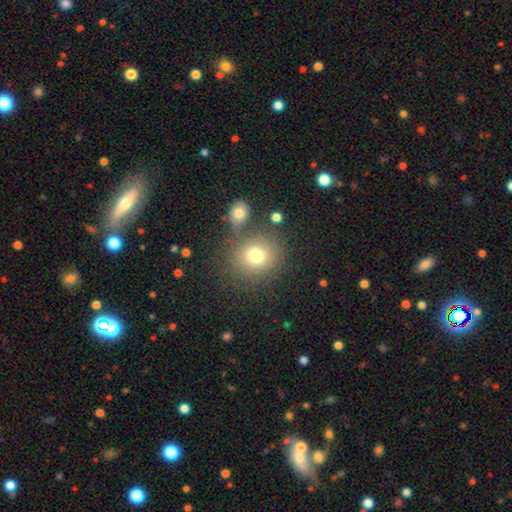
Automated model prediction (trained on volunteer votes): The model was most divided on "merging": none: 74%, merger: 12%, minor disturbance: 10%, major disturbance: 5%. More confident: how rounded — round (85%); smooth or featured — smooth (75%).